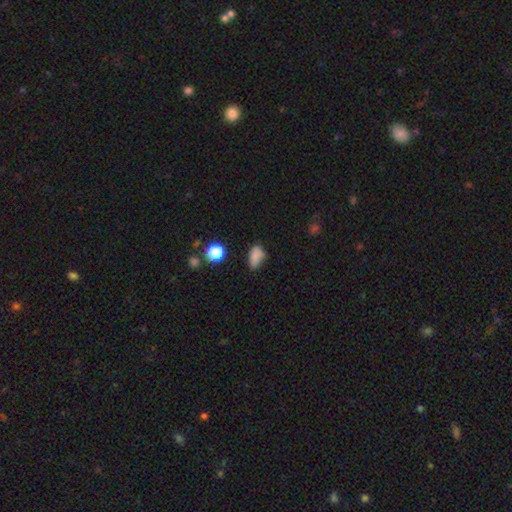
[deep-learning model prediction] This appears to be a smooth galaxy with no disk features (81%) that is in between round and cigar-shaped (84%). Merging: none (55%).